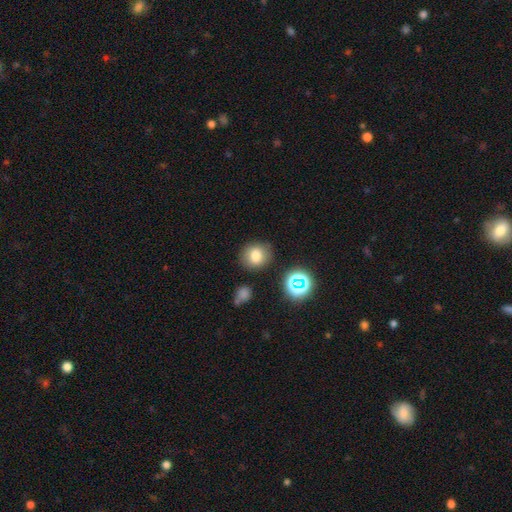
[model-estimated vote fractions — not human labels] This is likely a smooth galaxy (77%). How rounded: likely round (80%). Merging: clearly none (83%).